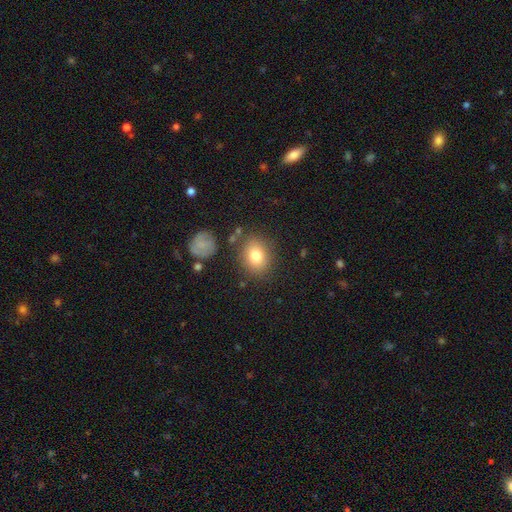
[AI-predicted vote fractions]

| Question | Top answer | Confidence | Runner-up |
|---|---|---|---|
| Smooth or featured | smooth | 80% | featured or disk (11%) |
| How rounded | round | 50% | in between (49%) |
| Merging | none | 79% | minor disturbance (12%) |